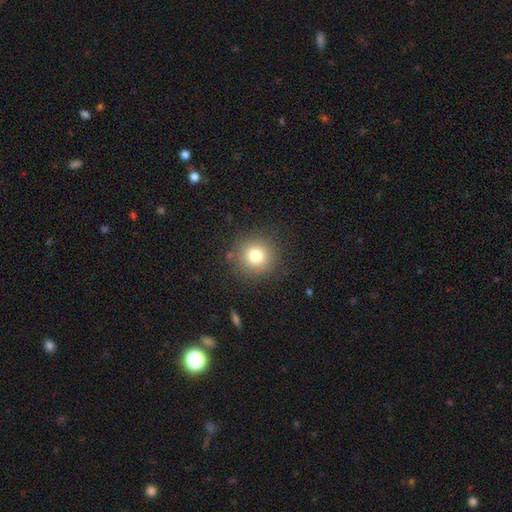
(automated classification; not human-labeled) Smooth or featured? smooth (78%)
How rounded? round (94%)
Merging? none (87%)